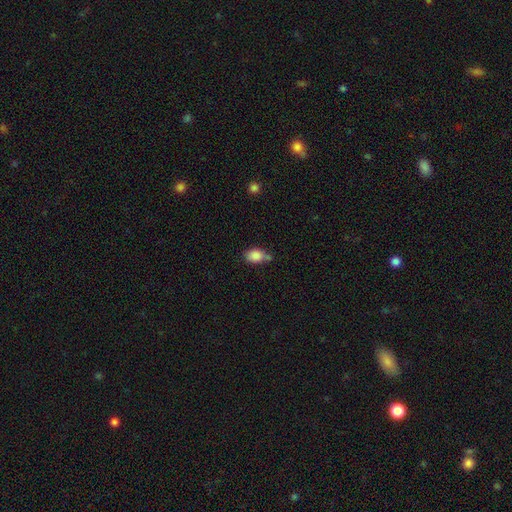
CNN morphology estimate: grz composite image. It shows a smooth galaxy with no disk features (86%) that is in between round and cigar-shaped (78%). Merging: none (51%).